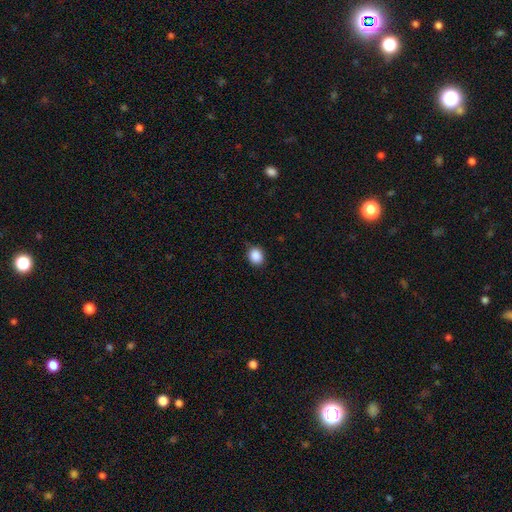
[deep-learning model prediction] Q: Smooth or featured?
A: smooth (89%); runner-up: star or artifact (9%)
Q: How rounded?
A: round (65%); runner-up: in between (34%)
Q: Merging?
A: none (84%); runner-up: minor disturbance (12%)